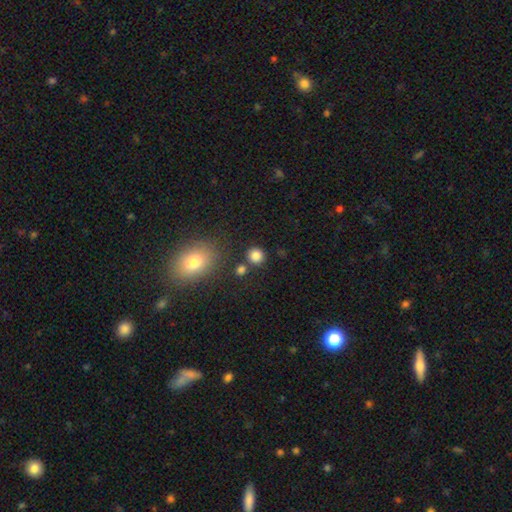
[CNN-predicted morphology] Q: Smooth or featured?
A: smooth (84%); runner-up: star or artifact (11%)
Q: How rounded?
A: round (88%); runner-up: in between (11%)
Q: Merging?
A: none (81%); runner-up: merger (8%)